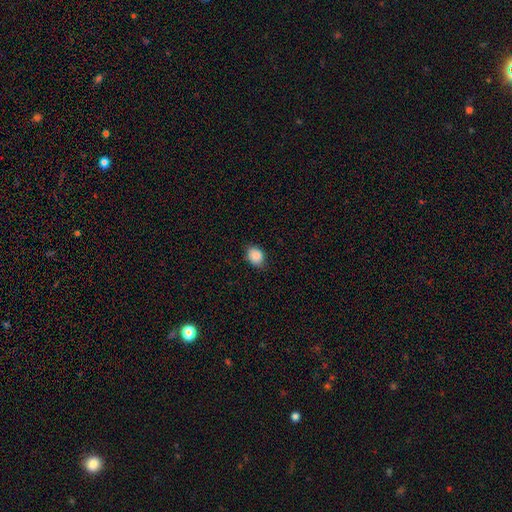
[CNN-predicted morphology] A smooth galaxy with no disk features (88%) that is in between round and cigar-shaped (61%). Merging: none (80%).